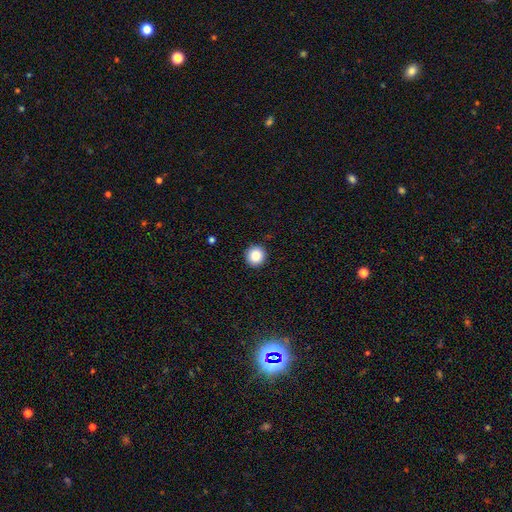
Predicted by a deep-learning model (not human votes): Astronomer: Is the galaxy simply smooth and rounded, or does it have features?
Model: smooth — 87%.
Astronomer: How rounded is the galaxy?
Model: round — 95%.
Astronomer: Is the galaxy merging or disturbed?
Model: none — 93%.